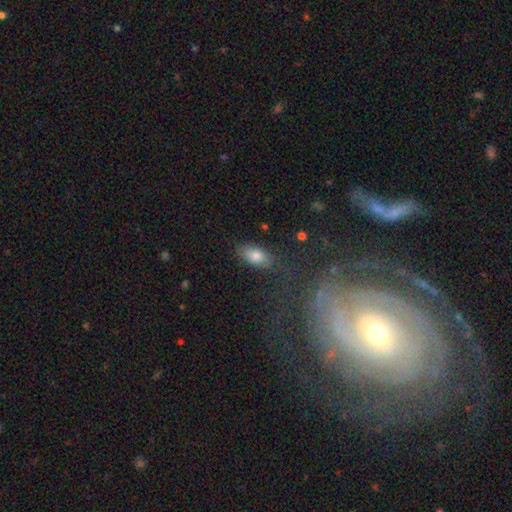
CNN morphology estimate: A smooth galaxy with no disk features (78%) that is in between round and cigar-shaped (88%). Merging: none (82%).